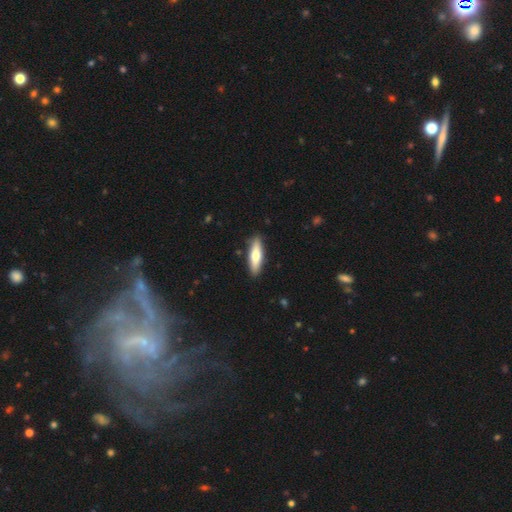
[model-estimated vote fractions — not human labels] smooth_or_featured: smooth (p=0.64) [alt: featured or disk p=0.31]
how_rounded: cigar-shaped (p=0.59) [alt: in between p=0.39]
merging: none (p=0.89) [alt: minor disturbance p=0.08]